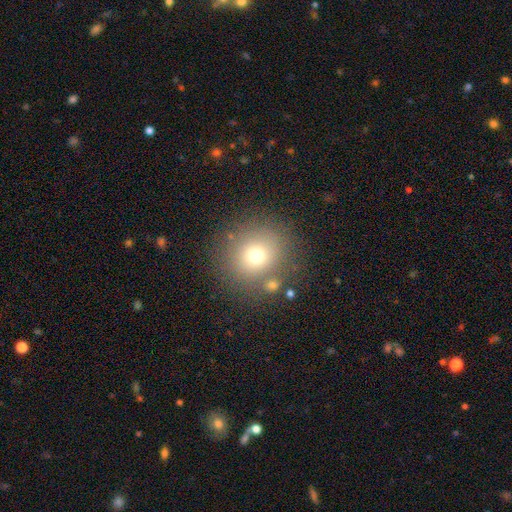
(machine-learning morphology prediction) smooth 69%, star or artifact 17%, featured or disk 14%. Down the decision tree: how rounded — round (90%); merging — none (80%).